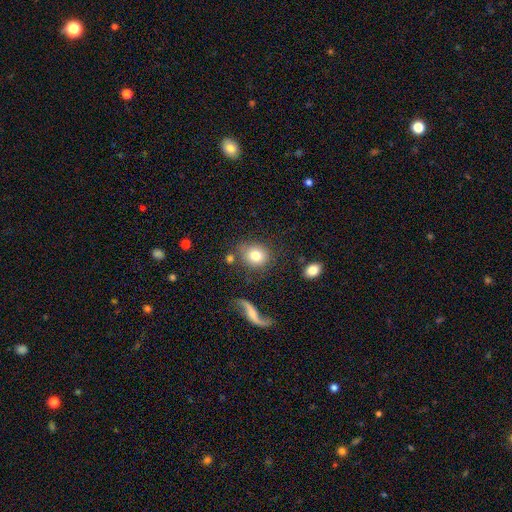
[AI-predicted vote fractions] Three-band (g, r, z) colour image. It shows a smooth galaxy with no disk features (78%) that is round (75%). Merging: none (71%).